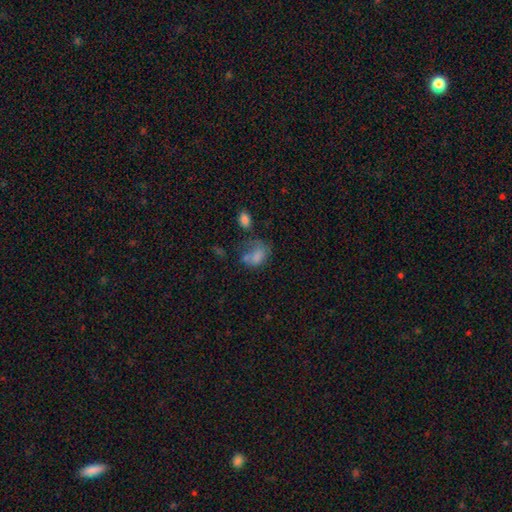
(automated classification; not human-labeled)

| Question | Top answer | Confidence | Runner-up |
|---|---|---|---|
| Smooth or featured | smooth | 67% | featured or disk (20%) |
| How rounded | in between | 74% | round (24%) |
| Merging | major disturbance | 32% | none (26%) |